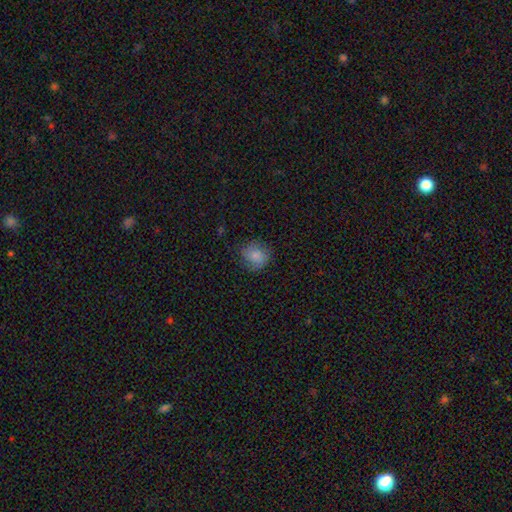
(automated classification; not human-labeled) A smooth galaxy with no disk features (83%) that is round (81%). Merging: none (76%).